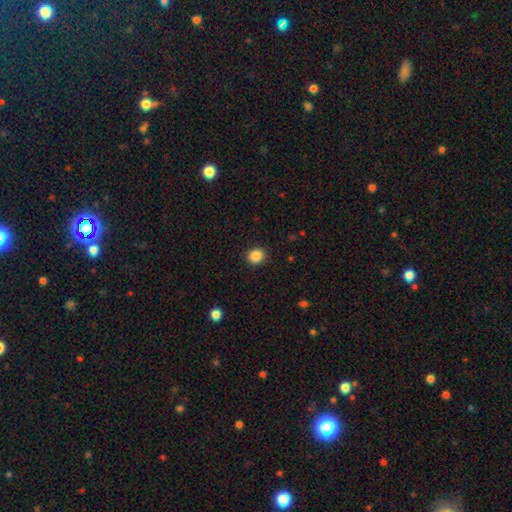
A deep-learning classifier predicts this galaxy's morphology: This appears to be a smooth galaxy with no disk features (87%) that is round (74%). Merging: none (91%).